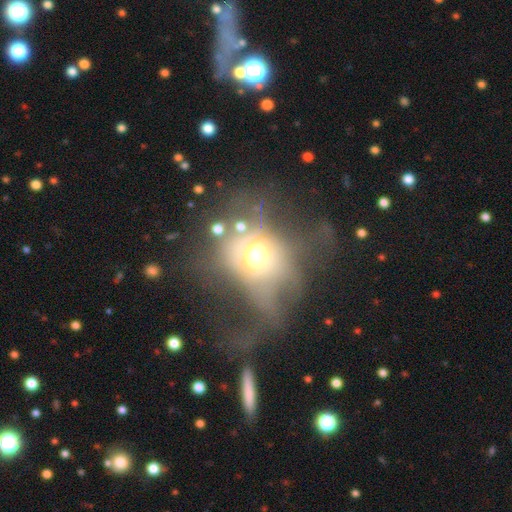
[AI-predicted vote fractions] Smooth or featured?
  - smooth: 42% *
  - featured or disk: 41%
  - star or artifact: 17%
Merging?
  - major disturbance: 56% *
  - none: 21%
  - minor disturbance: 15%
  - merger: 8%